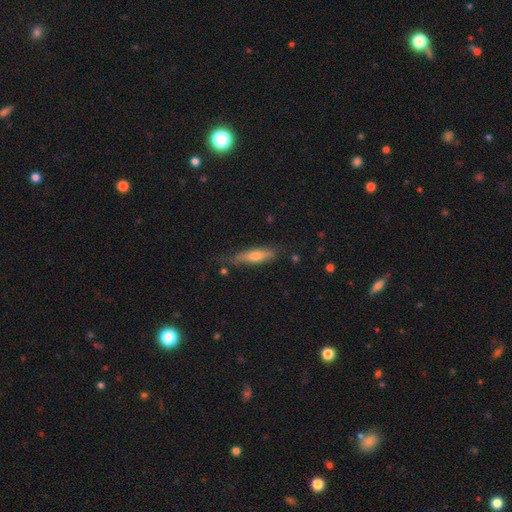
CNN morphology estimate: A smooth galaxy with no disk features (55%) that is cigar-shaped (75%).

Vote fractions:
- Smooth or featured? smooth: 55% / featured or disk: 38% / star or artifact: 7%
- How rounded? cigar-shaped: 75% / in between: 23% / round: 2%
- Merging? none: 68% / minor disturbance: 23% / major disturbance: 6% / merger: 3%